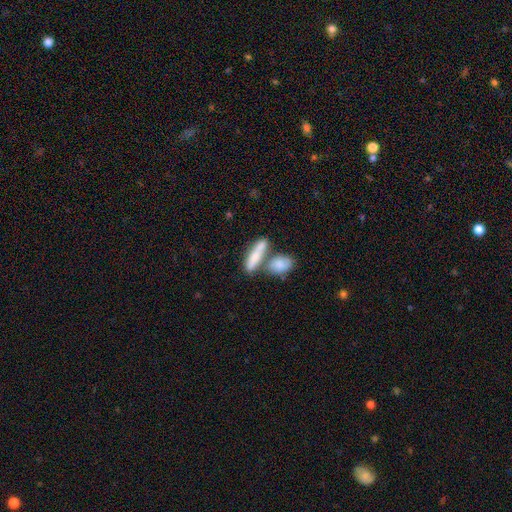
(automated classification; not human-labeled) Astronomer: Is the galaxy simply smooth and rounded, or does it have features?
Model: smooth — 74%.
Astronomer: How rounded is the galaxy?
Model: cigar-shaped — 54% (runner-up: in between, 42%).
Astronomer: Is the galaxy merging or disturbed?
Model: none — 44% (runner-up: merger, 40%).